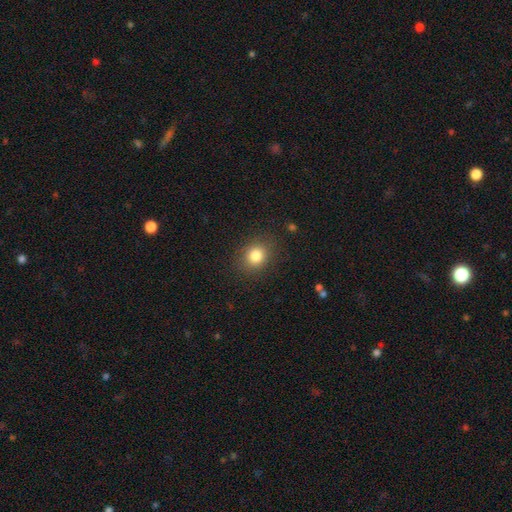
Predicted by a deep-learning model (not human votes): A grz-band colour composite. It shows a smooth galaxy with no disk features (82%) that is round (66%). Merging: none (86%).